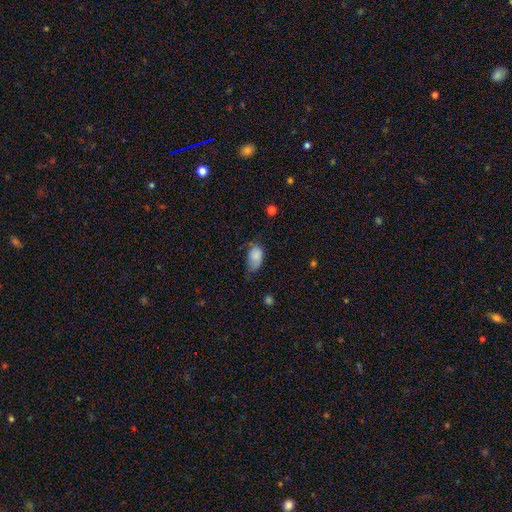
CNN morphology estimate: Overall: smooth (82%). How rounded: in between (90%). Merging: minor disturbance (43%; none 35%).